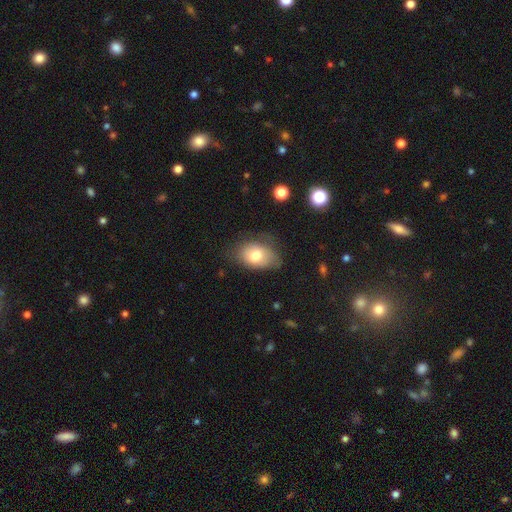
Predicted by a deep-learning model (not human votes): Smooth or featured? Predicted: smooth (p=0.73). How rounded? Predicted: in between (p=0.80). Merging? Predicted: none (p=0.56).